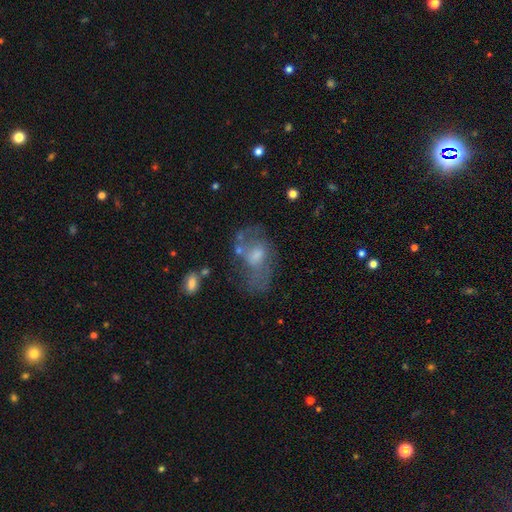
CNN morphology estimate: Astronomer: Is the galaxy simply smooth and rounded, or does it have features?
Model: featured or disk — 61%.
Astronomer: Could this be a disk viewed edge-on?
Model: no — 95%.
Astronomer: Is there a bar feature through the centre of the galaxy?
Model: no — 57% (runner-up: weak, 37%).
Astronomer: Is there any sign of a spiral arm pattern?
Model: yes — 62% (runner-up: no, 38%).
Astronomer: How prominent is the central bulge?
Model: moderate — 50% (runner-up: small, 29%).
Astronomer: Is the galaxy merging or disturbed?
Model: none — 50%.